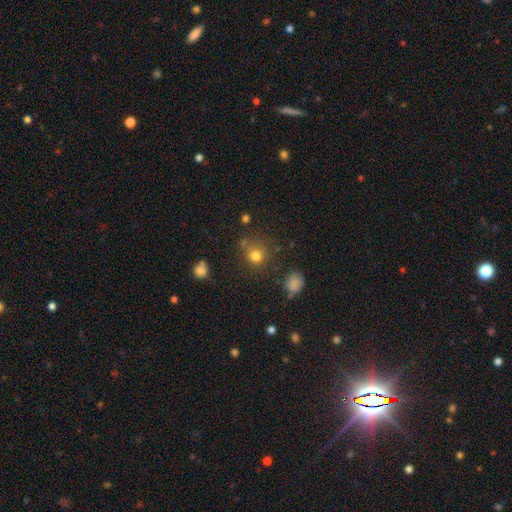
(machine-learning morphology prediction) A smooth galaxy with no disk features (77%) that is round (83%).

Vote fractions:
- Smooth or featured? smooth: 77% / star or artifact: 16% / featured or disk: 7%
- How rounded? round: 83% / in between: 16% / cigar-shaped: 1%
- Merging? none: 70% / minor disturbance: 15% / merger: 8% / major disturbance: 7%